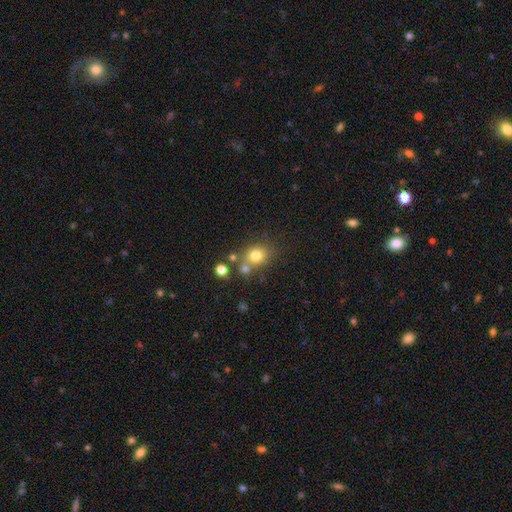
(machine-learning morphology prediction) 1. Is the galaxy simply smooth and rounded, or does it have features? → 76% smooth, 14% star or artifact, 10% featured or disk.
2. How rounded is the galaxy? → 68% round, 31% in between, 1% cigar-shaped.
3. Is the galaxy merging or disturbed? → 64% none, 19% merger, 13% minor disturbance, 5% major disturbance.